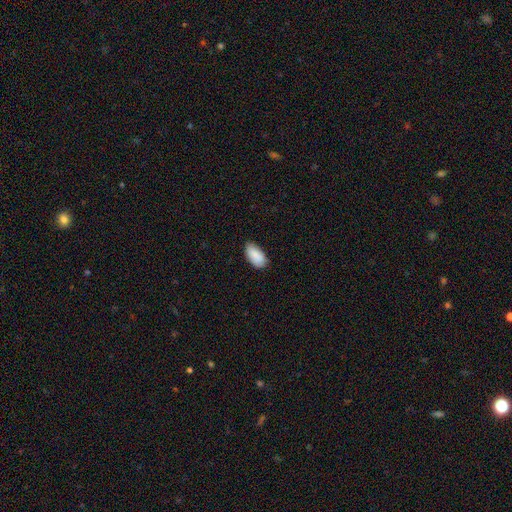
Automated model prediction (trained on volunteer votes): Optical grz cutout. It shows a smooth galaxy with no disk features (90%) that is in between round and cigar-shaped (95%). Merging: none (76%).